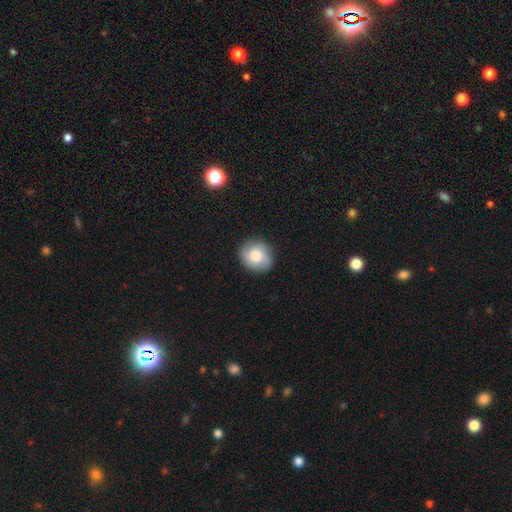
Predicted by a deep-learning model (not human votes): The model was most divided on "smooth or featured": smooth: 62%, featured or disk: 30%, star or artifact: 8%. More confident: merging — none (85%); how rounded — round (82%).